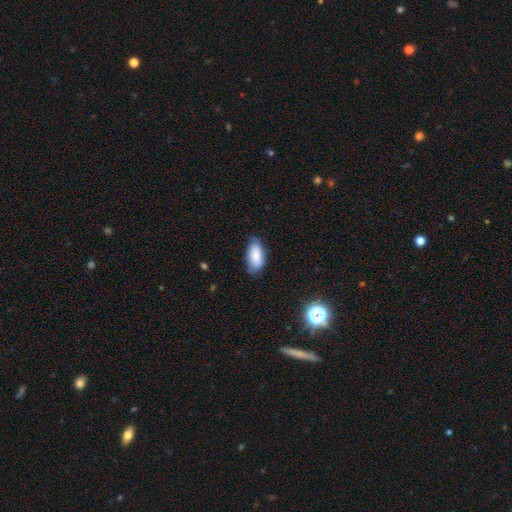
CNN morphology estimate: Overall: smooth (84%). How rounded: in between (92%). Merging: none (72%).